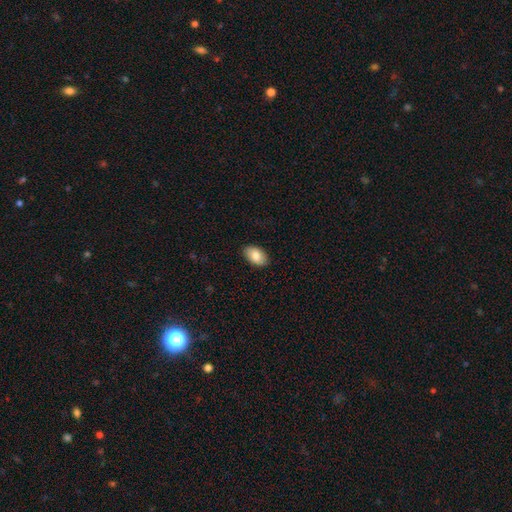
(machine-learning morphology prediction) This appears to be a smooth galaxy with no disk features (84%) that is in between round and cigar-shaped (93%). Merging: none (88%).